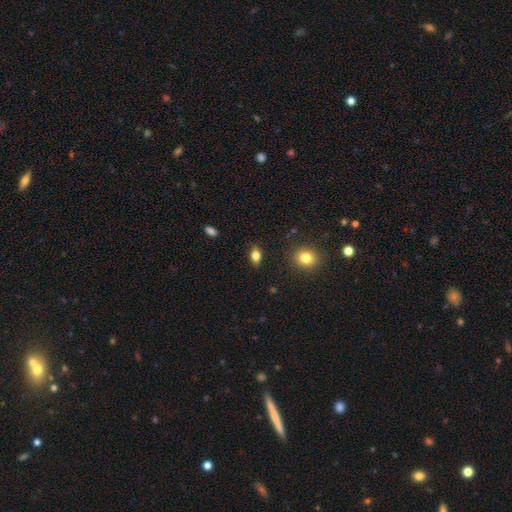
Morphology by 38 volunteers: smooth-or-featured: smooth: 76% | featured or disk: 18% | star or artifact: 5%
  how-rounded: in between: 90% | round: 7% | cigar-shaped: 3%
  merging: none: 89% | minor disturbance: 8% | major disturbance: 3% | merger: 0%